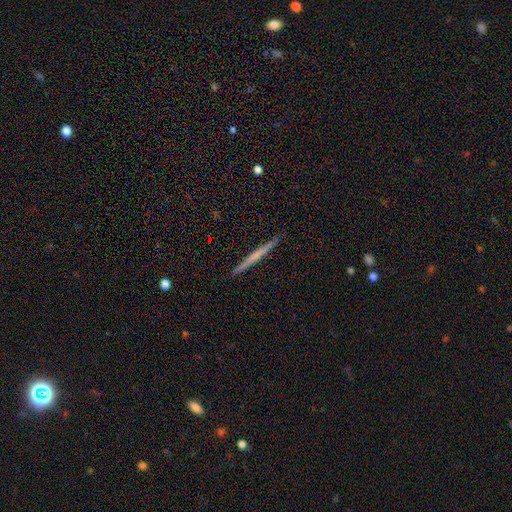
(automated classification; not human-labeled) smooth-or-featured: featured or disk: 51% | smooth: 44% | star or artifact: 6%
  disk-edge-on: yes: 98% | no: 2%
  merging: none: 93% | minor disturbance: 5% | major disturbance: 1% | merger: 1%